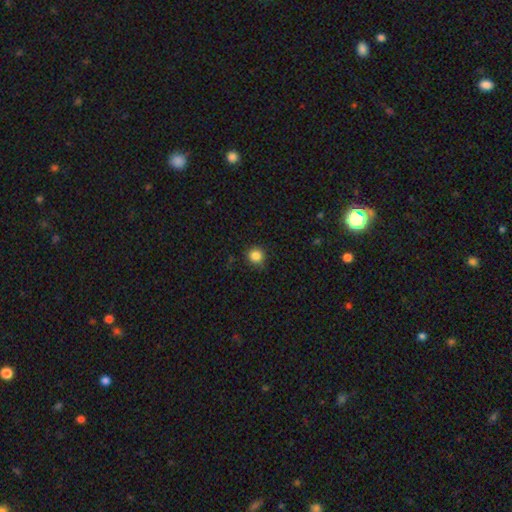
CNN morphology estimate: Smooth or featured?
  - smooth: 85% *
  - star or artifact: 11%
  - featured or disk: 4%
How rounded?
  - round: 92% *
  - in between: 7%
  - cigar-shaped: 1%
Merging?
  - none: 86% *
  - minor disturbance: 11%
  - major disturbance: 2%
  - merger: 1%